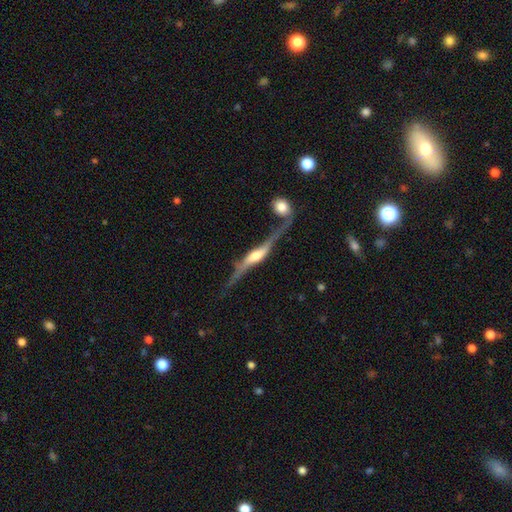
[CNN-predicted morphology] Q: Smooth or featured?
A: featured or disk (82%); runner-up: smooth (13%)
Q: Edge-on disk?
A: yes (90%); runner-up: no (10%)
Q: Edge-on bulge?
A: rounded (79%); runner-up: boxy (15%)
Q: Merging?
A: none (46%); runner-up: merger (24%)